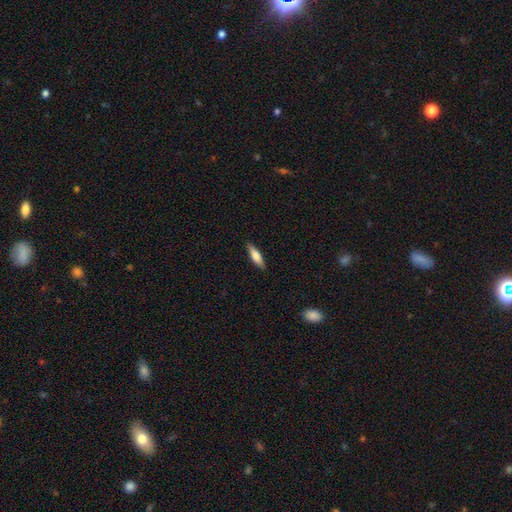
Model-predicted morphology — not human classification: type=smooth (72%); roundness=cigar-shaped (62%); merging=none (87%).